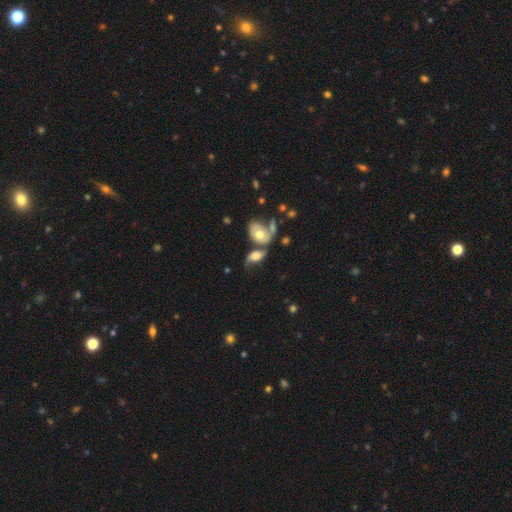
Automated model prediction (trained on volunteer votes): This appears to be a smooth galaxy with no disk features (49%). Merging: merger (41%).